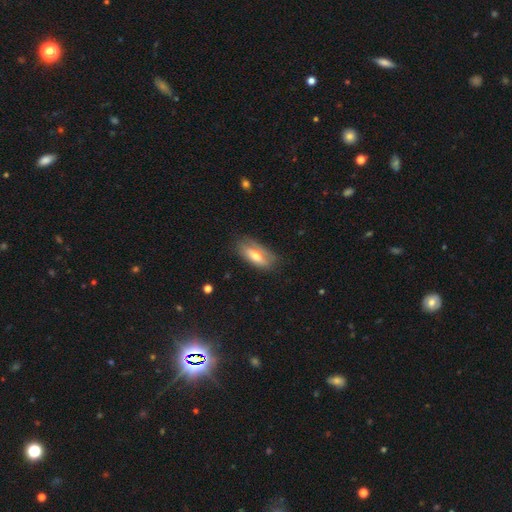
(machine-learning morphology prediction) Smooth or featured?
  - smooth: 61% *
  - featured or disk: 32%
  - star or artifact: 7%
How rounded?
  - in between: 81% *
  - cigar-shaped: 16%
  - round: 3%
Merging?
  - none: 70% *
  - minor disturbance: 23%
  - major disturbance: 6%
  - merger: 2%